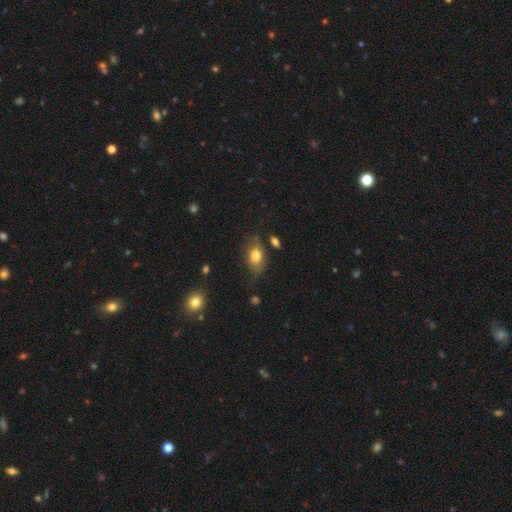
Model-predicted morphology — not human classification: This is likely a smooth galaxy (77%). How rounded: clearly in between (84%). Merging: likely none (65%).